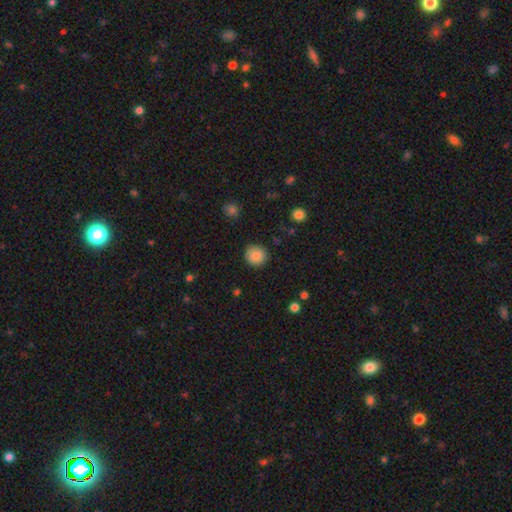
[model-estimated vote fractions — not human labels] smooth 87%, star or artifact 9%, featured or disk 5%. Down the decision tree: how rounded — round (92%); merging — none (88%).